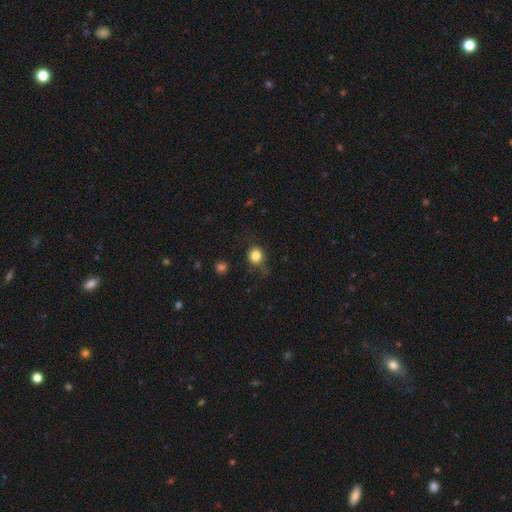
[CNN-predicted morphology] type=smooth (82%); roundness=round (82%); merging=none (74%).